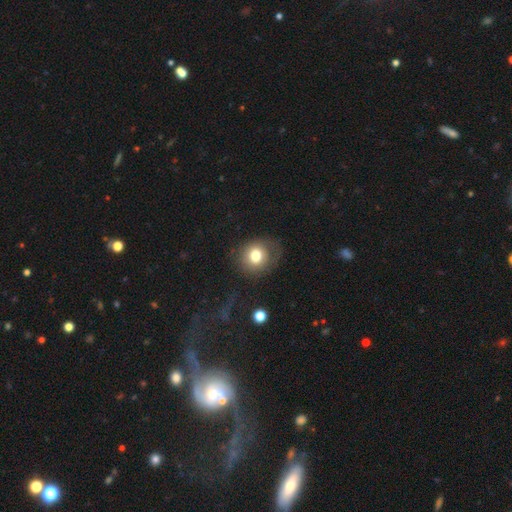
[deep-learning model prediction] Morphology: type=smooth (76%); roundness=round (78%); merging=none (70%).